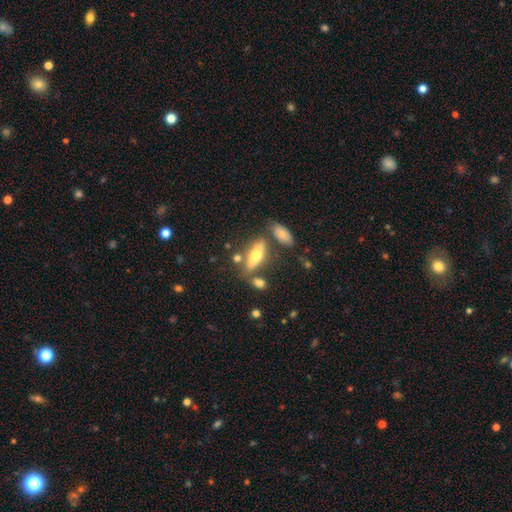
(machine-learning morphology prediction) Smooth or featured? smooth (55%)
How rounded? in between (52%)
Merging? none (64%)